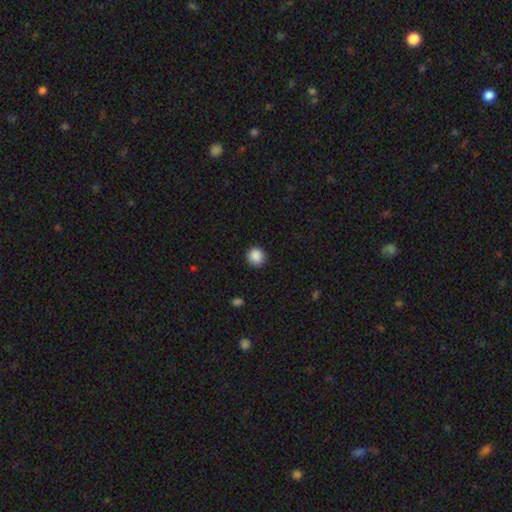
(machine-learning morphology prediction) A smooth galaxy with no disk features (88%) that is round (93%). Merging: none (90%).